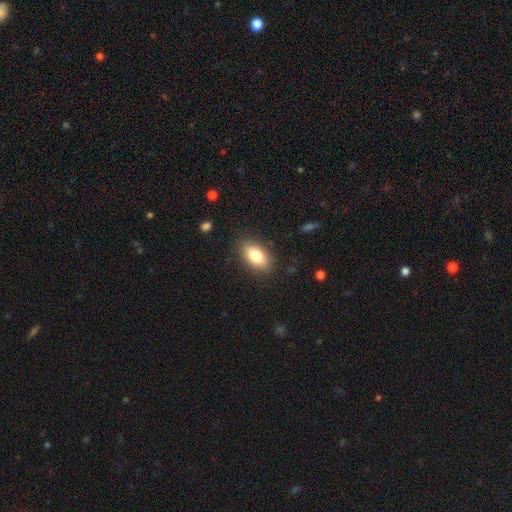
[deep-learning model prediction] This appears to be a smooth galaxy with no disk features (81%) that is in between round and cigar-shaped (91%). Merging: none (86%).